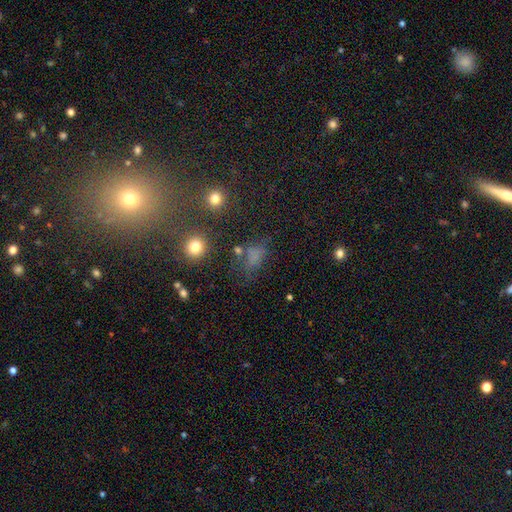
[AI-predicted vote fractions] Smooth or featured: smooth — 60% (star or artifact — 26%)
How rounded: in between — 70% (round — 23%)
Merging: none — 50% (minor disturbance — 21%)